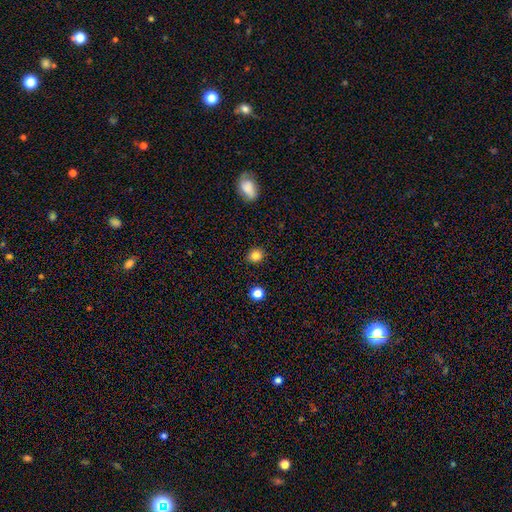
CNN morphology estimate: Q: Smooth or featured?
A: smooth (84%); runner-up: star or artifact (12%)
Q: How rounded?
A: round (80%); runner-up: in between (19%)
Q: Merging?
A: none (90%); runner-up: minor disturbance (7%)